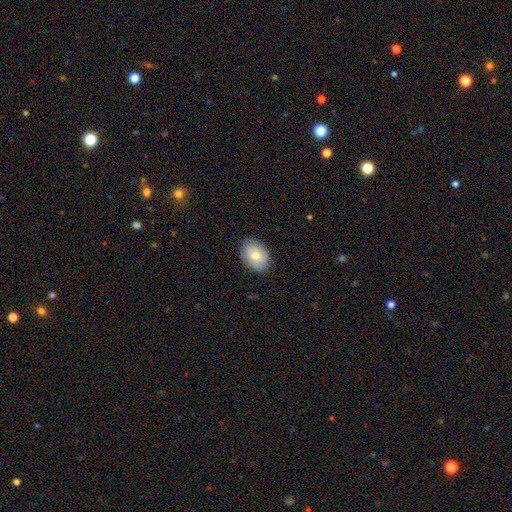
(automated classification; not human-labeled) smooth-or-featured: smooth: 75% | featured or disk: 18% | star or artifact: 7%
  how-rounded: in between: 77% | round: 22% | cigar-shaped: 1%
  merging: none: 86% | minor disturbance: 11% | major disturbance: 2% | merger: 1%